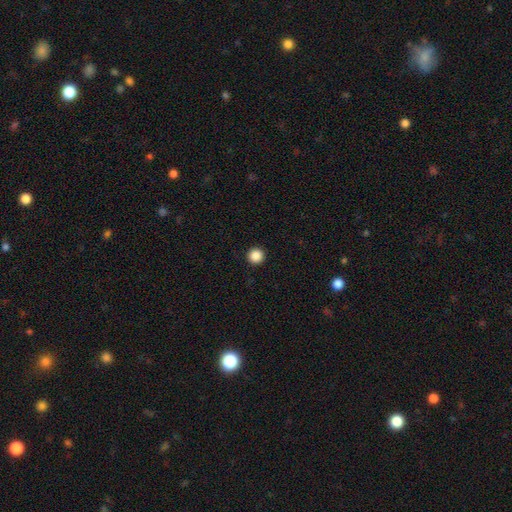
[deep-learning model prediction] Morphology: type=smooth (87%); roundness=round (96%); merging=none (94%).